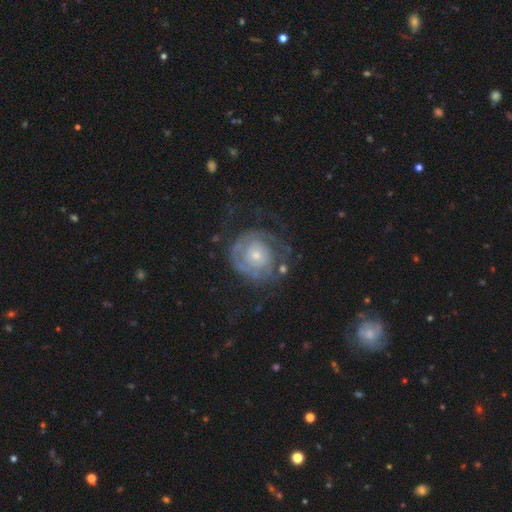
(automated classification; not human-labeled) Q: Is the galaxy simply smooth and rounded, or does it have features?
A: featured or disk — 77%.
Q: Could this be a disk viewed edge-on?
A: no — 98%.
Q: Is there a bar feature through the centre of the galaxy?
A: no — 79%.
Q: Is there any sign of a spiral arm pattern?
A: yes — 85%.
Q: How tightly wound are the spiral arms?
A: tight — 68%.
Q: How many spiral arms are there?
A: can't tell — 40%.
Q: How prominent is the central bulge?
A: small — 61%.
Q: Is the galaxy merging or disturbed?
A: none — 58%.